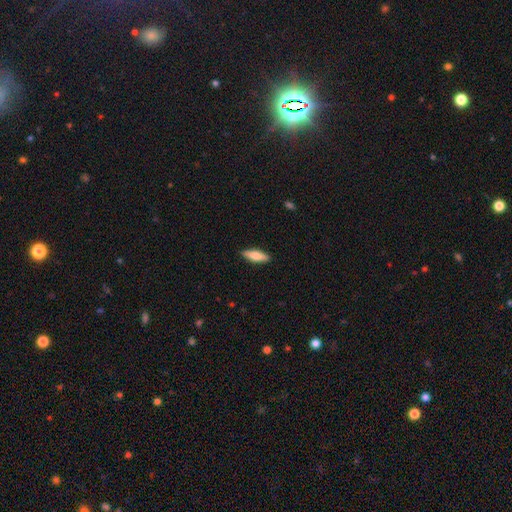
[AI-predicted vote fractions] Smooth or featured? smooth (71%)
How rounded? cigar-shaped (55%)
Merging? none (89%)